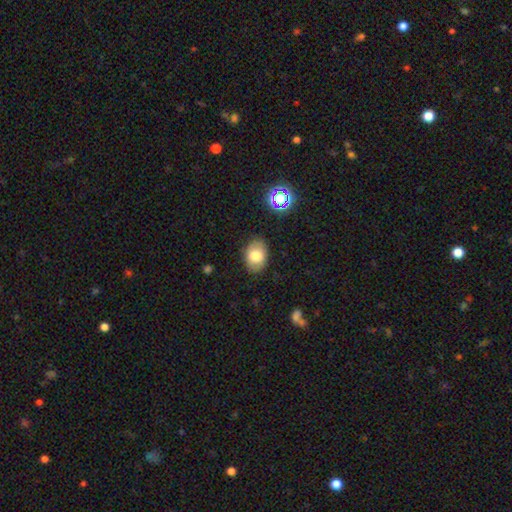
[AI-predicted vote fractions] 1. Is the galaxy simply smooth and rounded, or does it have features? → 77% smooth, 13% featured or disk, 10% star or artifact.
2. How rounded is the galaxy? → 80% in between, 19% round, 1% cigar-shaped.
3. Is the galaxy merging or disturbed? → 84% none, 12% minor disturbance, 3% major disturbance, 1% merger.